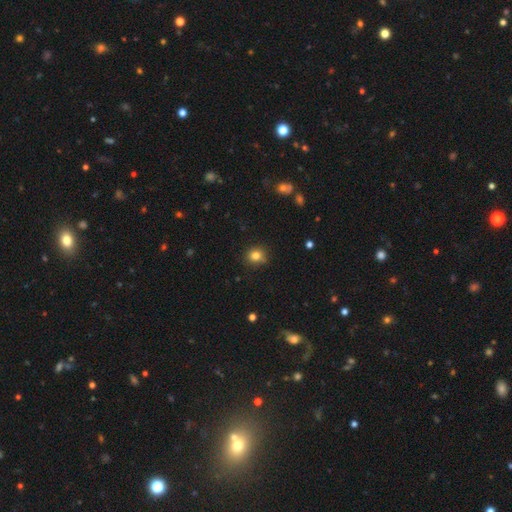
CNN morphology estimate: Overall: smooth (81%). How rounded: round (78%). Merging: none (82%).